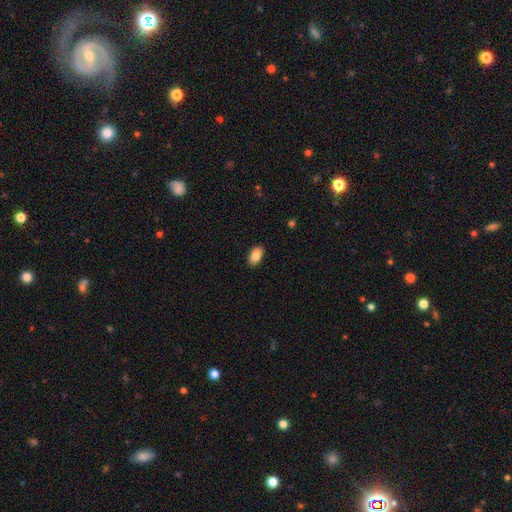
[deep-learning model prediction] Smooth or featured? Predicted: smooth (p=0.85). How rounded? Predicted: in between (p=0.93). Merging? Predicted: none (p=0.88).